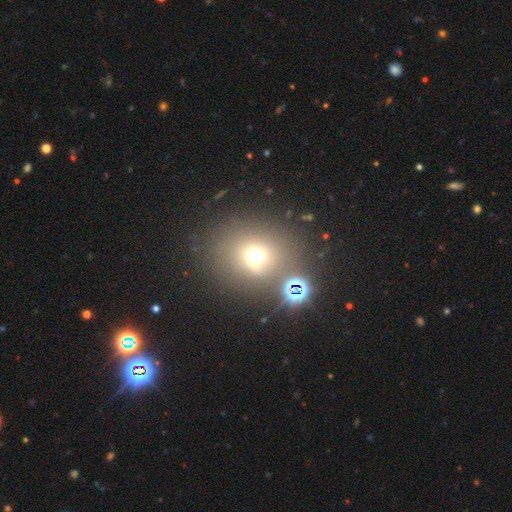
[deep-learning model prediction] This is likely a smooth galaxy (61%). How rounded: likely round (74%). Merging: likely none (65%).